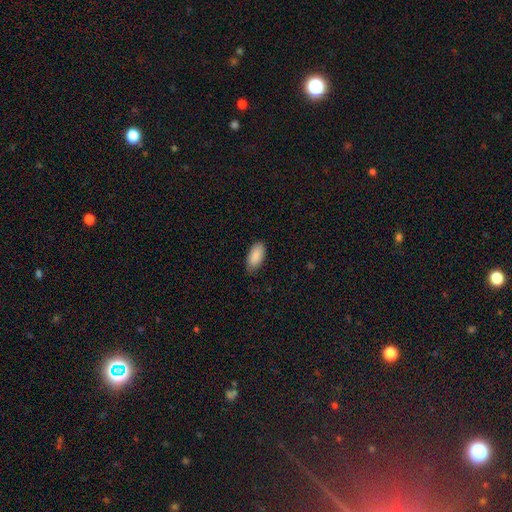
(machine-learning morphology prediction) This appears to be a smooth galaxy with no disk features (89%) that is in between round and cigar-shaped (92%). Merging: none (79%).